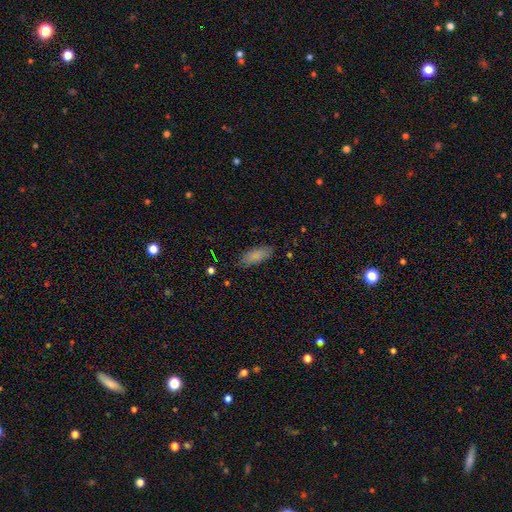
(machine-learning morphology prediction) Q: Smooth or featured?
A: smooth (82%); runner-up: featured or disk (10%)
Q: How rounded?
A: in between (72%); runner-up: cigar-shaped (26%)
Q: Merging?
A: none (81%); runner-up: minor disturbance (15%)